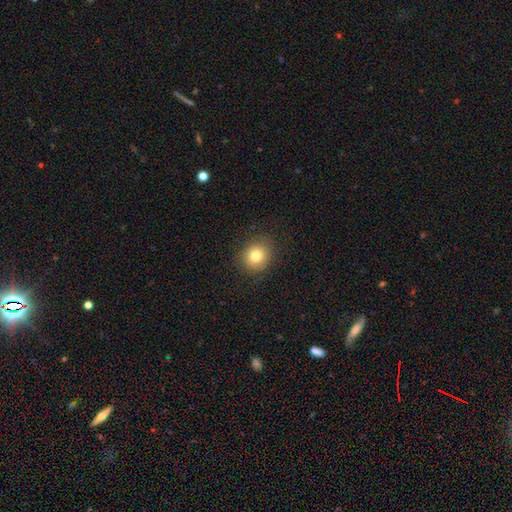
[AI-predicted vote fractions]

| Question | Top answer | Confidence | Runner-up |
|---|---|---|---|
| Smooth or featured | smooth | 80% | star or artifact (11%) |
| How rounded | round | 80% | in between (19%) |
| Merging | none | 88% | minor disturbance (8%) |